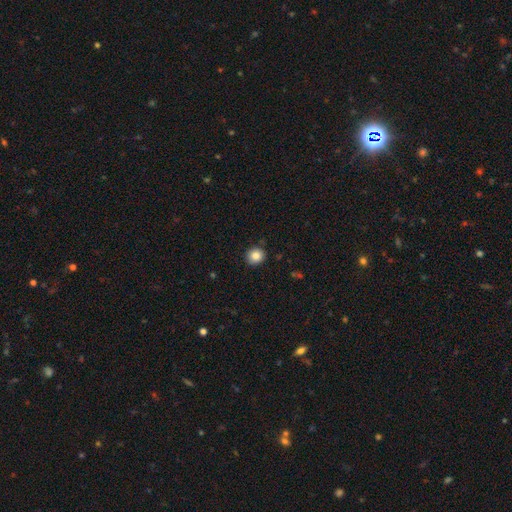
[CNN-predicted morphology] A smooth galaxy with no disk features (85%) that is round (87%).

Vote fractions:
- Smooth or featured? smooth: 85% / star or artifact: 10% / featured or disk: 6%
- How rounded? round: 87% / in between: 12% / cigar-shaped: 1%
- Merging? none: 89% / minor disturbance: 8% / major disturbance: 2% / merger: 1%